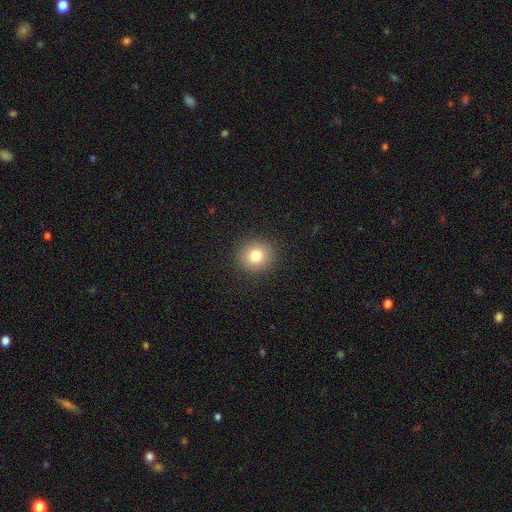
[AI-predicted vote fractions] Overall: smooth (79%). How rounded: round (87%). Merging: none (91%).